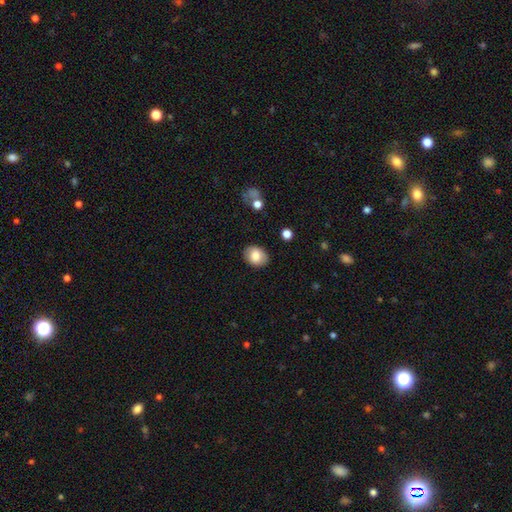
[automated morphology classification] Smooth or featured? Predicted: smooth (p=0.81). How rounded? Predicted: in between (p=0.62). Merging? Predicted: none (p=0.86).